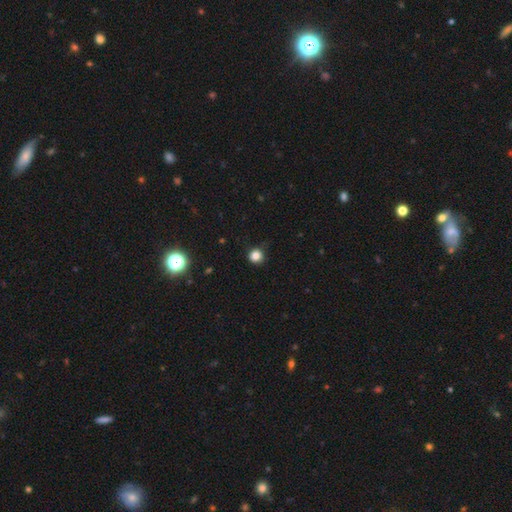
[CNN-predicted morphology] A smooth galaxy with no disk features (81%) that is round (94%). Merging: none (84%).